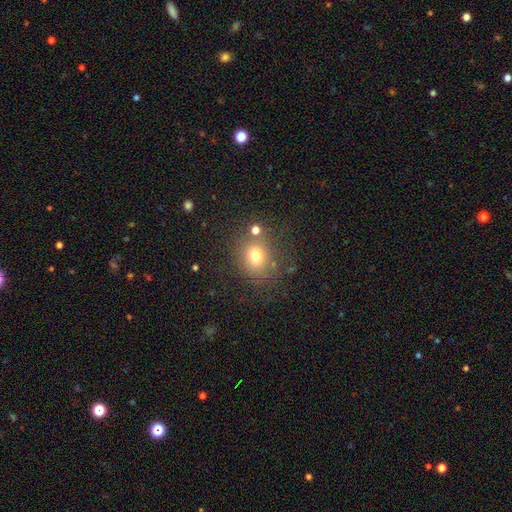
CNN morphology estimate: A smooth galaxy with no disk features (72%) that is round (71%).

Vote fractions:
- Smooth or featured? smooth: 72% / star or artifact: 17% / featured or disk: 12%
- How rounded? round: 71% / in between: 28% / cigar-shaped: 1%
- Merging? none: 72% / minor disturbance: 13% / merger: 9% / major disturbance: 6%